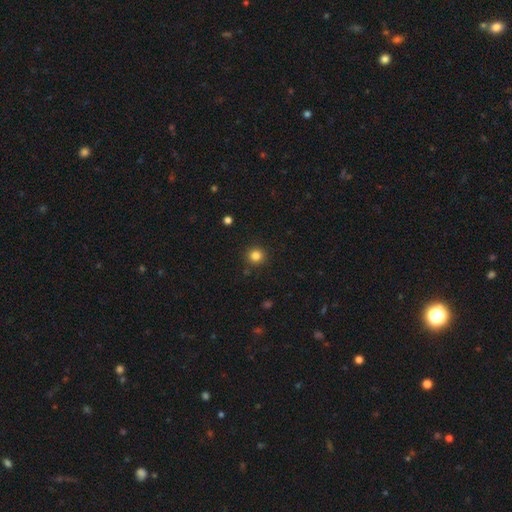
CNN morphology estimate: Q: Smooth or featured?
A: smooth (83%); runner-up: star or artifact (13%)
Q: How rounded?
A: round (93%); runner-up: in between (6%)
Q: Merging?
A: none (90%); runner-up: minor disturbance (6%)